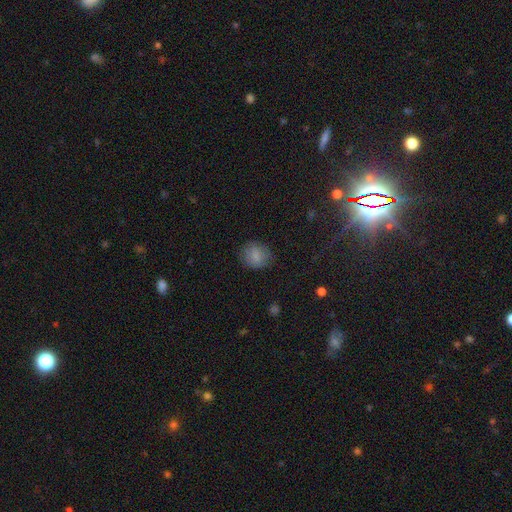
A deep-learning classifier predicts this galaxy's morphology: Smooth or featured?
  - smooth: 83% *
  - star or artifact: 9%
  - featured or disk: 7%
How rounded?
  - round: 68% *
  - in between: 31%
  - cigar-shaped: 1%
Merging?
  - none: 82% *
  - minor disturbance: 13%
  - major disturbance: 4%
  - merger: 1%